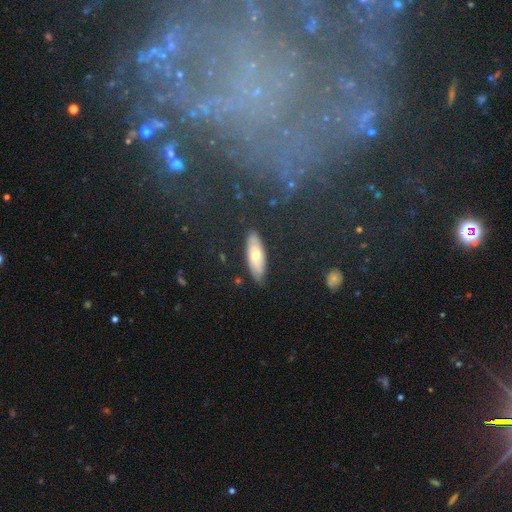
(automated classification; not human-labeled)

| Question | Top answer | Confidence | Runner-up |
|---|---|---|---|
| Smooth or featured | smooth | 51% | featured or disk (39%) |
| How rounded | in between | 63% | cigar-shaped (34%) |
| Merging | none | 84% | minor disturbance (12%) |